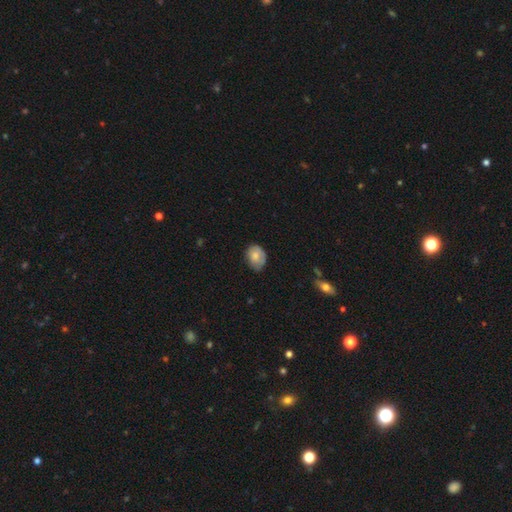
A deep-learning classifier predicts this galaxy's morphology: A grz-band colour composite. It shows a smooth galaxy with no disk features (69%) that is in between round and cigar-shaped (66%). Merging: none (58%).